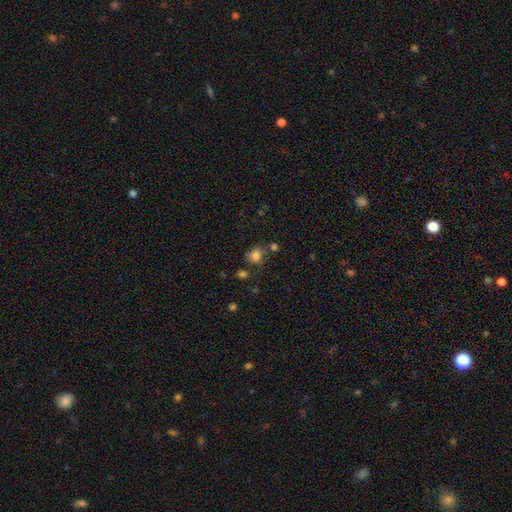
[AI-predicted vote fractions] Q: Smooth or featured?
A: smooth (79%); runner-up: star or artifact (13%)
Q: How rounded?
A: round (67%); runner-up: in between (32%)
Q: Merging?
A: none (61%); runner-up: minor disturbance (21%)